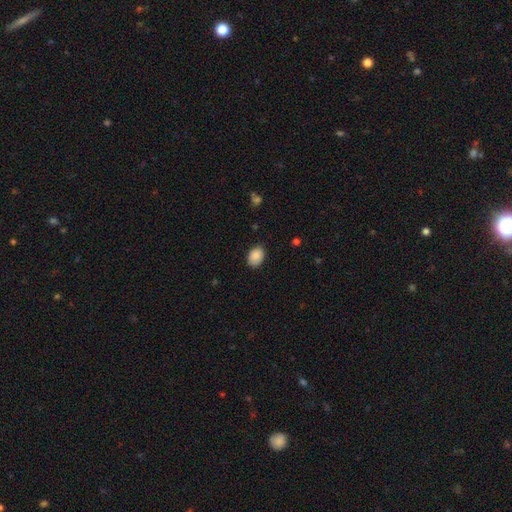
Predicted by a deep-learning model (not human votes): Smooth or featured?
  - smooth: 89% *
  - star or artifact: 7%
  - featured or disk: 4%
How rounded?
  - in between: 80% *
  - round: 19%
  - cigar-shaped: 1%
Merging?
  - none: 83% *
  - minor disturbance: 13%
  - major disturbance: 3%
  - merger: 1%